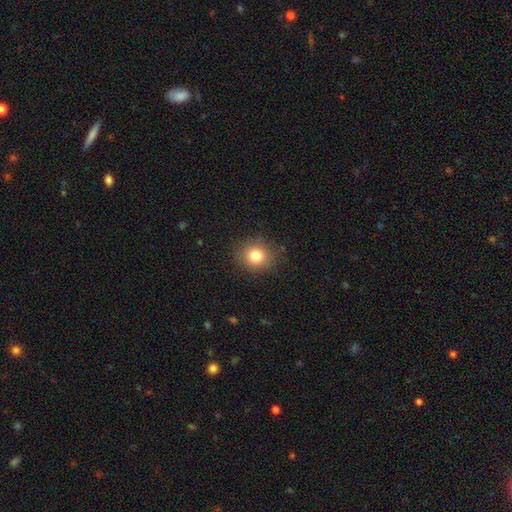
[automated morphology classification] Smooth or featured? smooth (80%)
How rounded? round (83%)
Merging? none (87%)